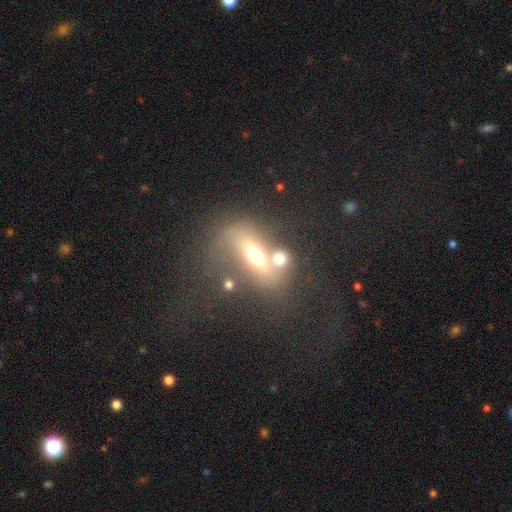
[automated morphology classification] smooth 48%, featured or disk 40%, star or artifact 12%. Down the decision tree: merging — merger (39%).